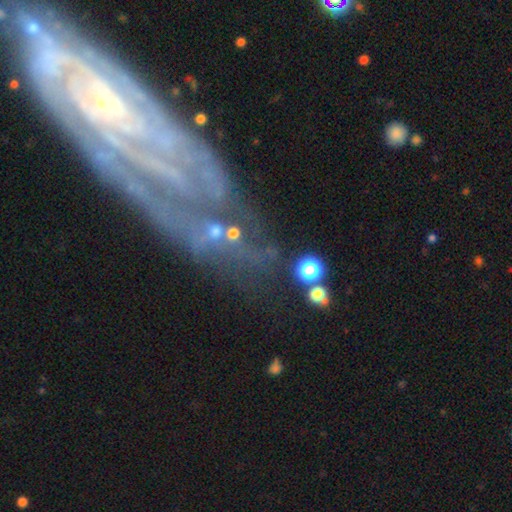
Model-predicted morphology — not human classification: This is likely a featured or disk galaxy (66%). It is clearly not viewed edge-on (86%). Bar: possibly no (54%). Spiral arm pattern: clearly yes (82%). Central bulge: possibly small (56%). Merging: likely none (64%).